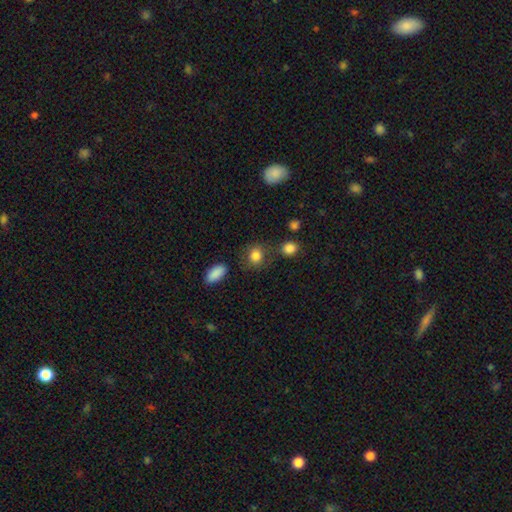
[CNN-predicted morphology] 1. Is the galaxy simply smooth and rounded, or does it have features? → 84% smooth, 10% star or artifact, 6% featured or disk.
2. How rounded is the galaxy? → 74% round, 24% in between, 1% cigar-shaped.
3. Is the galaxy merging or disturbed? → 71% none, 14% minor disturbance, 9% merger, 6% major disturbance.